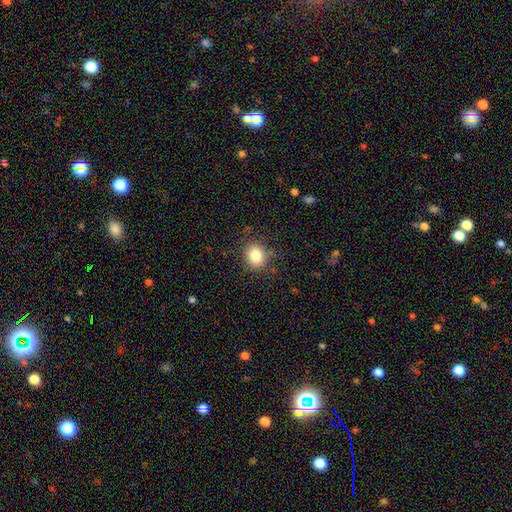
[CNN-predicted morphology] The model was most divided on "how rounded": round: 72%, in between: 27%, cigar-shaped: 1%. More confident: merging — none (84%); smooth or featured — smooth (83%).